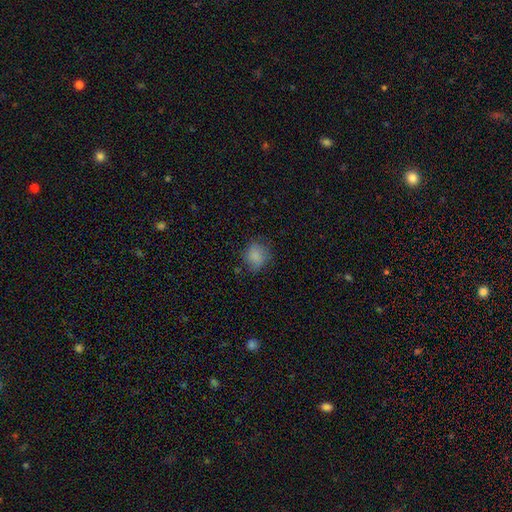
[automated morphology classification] smooth-or-featured: smooth: 83% | star or artifact: 10% | featured or disk: 8%
  how-rounded: round: 75% | in between: 24% | cigar-shaped: 1%
  merging: none: 70% | minor disturbance: 21% | major disturbance: 7% | merger: 1%